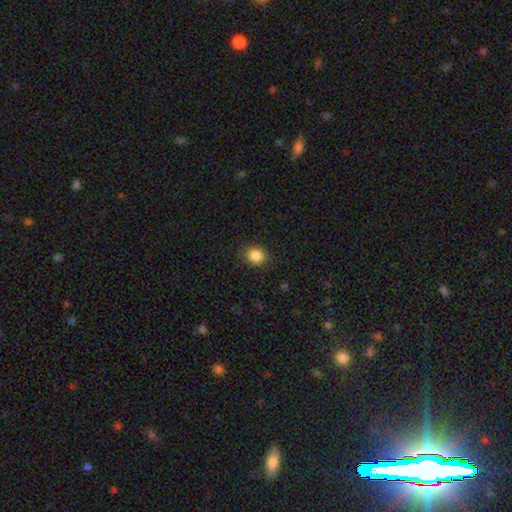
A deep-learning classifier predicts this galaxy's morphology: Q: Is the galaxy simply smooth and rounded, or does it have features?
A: smooth — 86%.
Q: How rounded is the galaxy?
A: round — 67%.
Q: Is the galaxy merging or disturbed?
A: none — 87%.